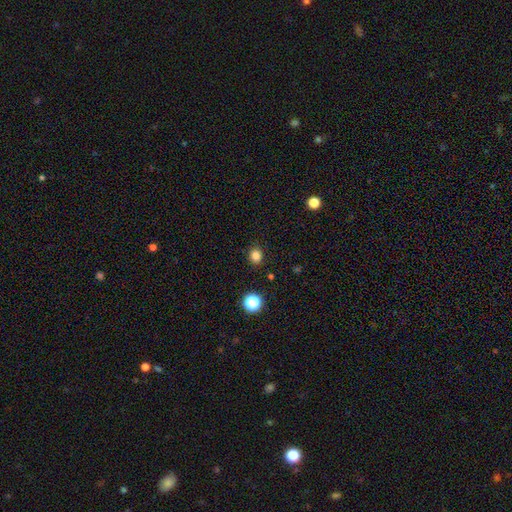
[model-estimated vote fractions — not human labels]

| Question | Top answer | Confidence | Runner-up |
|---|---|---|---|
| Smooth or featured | smooth | 82% | star or artifact (13%) |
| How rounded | round | 68% | in between (31%) |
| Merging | none | 88% | minor disturbance (8%) |